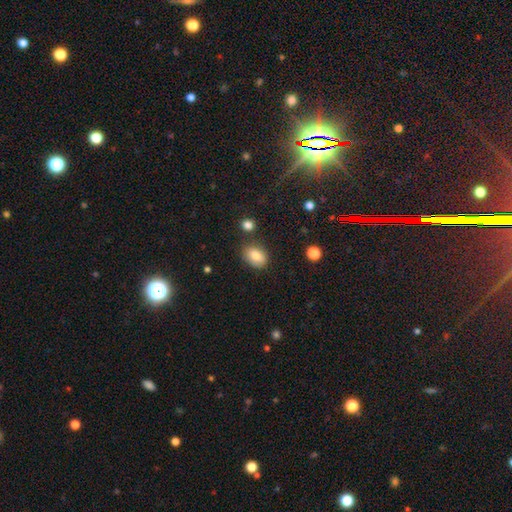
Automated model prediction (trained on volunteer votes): Smooth or featured? Predicted: smooth (p=0.83). How rounded? Predicted: in between (p=0.79). Merging? Predicted: none (p=0.73).